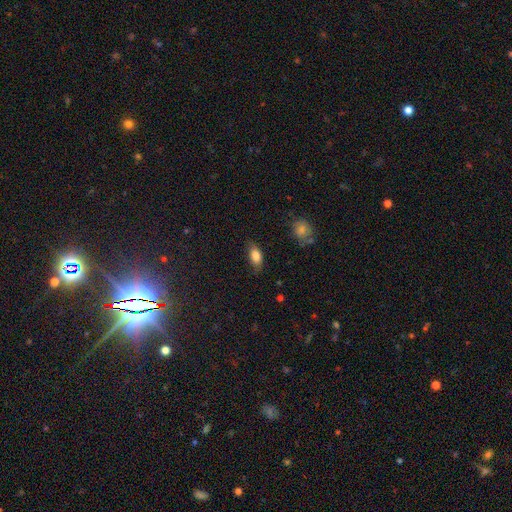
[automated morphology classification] The model was most divided on "merging": none: 73%, minor disturbance: 21%, major disturbance: 5%, merger: 1%. More confident: how rounded — in between (89%); smooth or featured — smooth (83%).